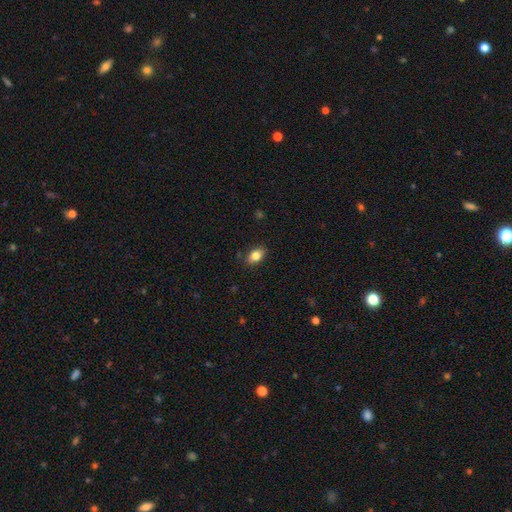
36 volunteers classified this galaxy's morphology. Smooth or featured? smooth (92%)
How rounded? in between (85%)
Merging? none (80%)